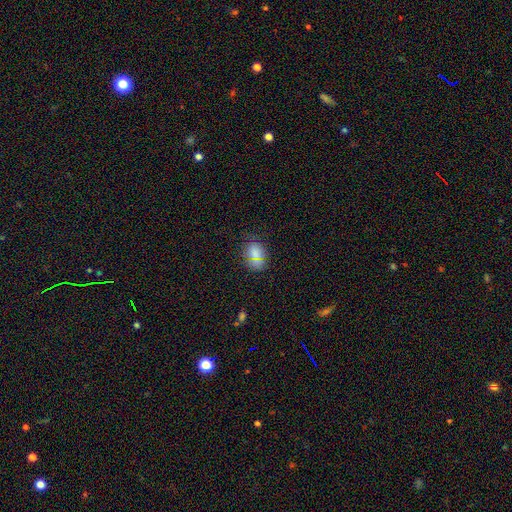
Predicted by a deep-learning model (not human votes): A smooth galaxy with no disk features (75%) that is in between round and cigar-shaped (55%). Merging: none (82%).